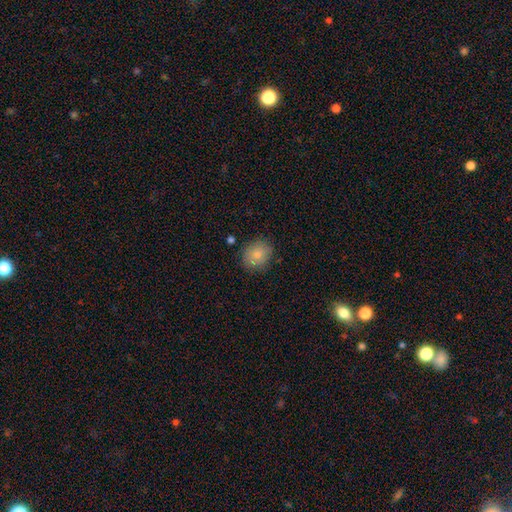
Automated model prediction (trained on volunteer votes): Overall: smooth (83%). How rounded: round (65%; in between 35%). Merging: none (80%).